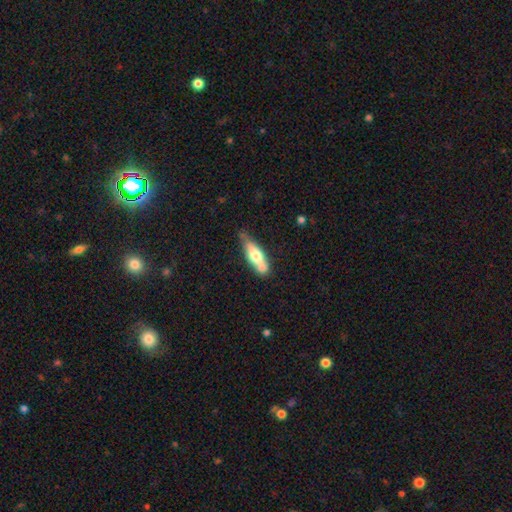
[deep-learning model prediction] smooth_or_featured: smooth (p=0.56) [alt: featured or disk p=0.38]
how_rounded: in between (p=0.49) [alt: cigar-shaped p=0.48]
merging: none (p=0.48) [alt: merger p=0.24]